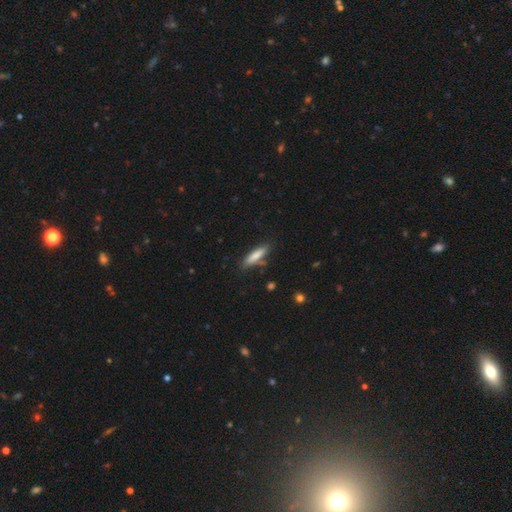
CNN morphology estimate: This appears to be a smooth galaxy with no disk features (76%) that is cigar-shaped (73%). Merging: none (74%).